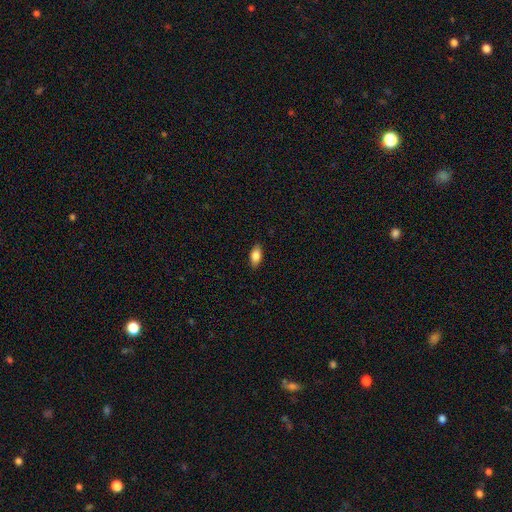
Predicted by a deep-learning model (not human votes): This appears to be a smooth galaxy with no disk features (84%) that is in between round and cigar-shaped (89%). Merging: none (88%).